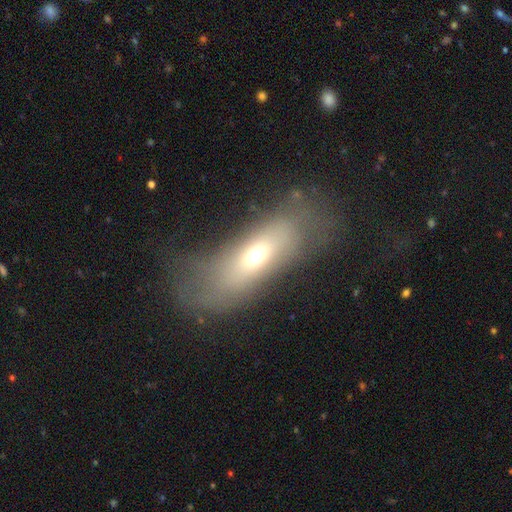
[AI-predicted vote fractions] A smooth galaxy with no disk features (55%) that is in between round and cigar-shaped (62%).

Vote fractions:
- Smooth or featured? smooth: 55% / featured or disk: 34% / star or artifact: 12%
- How rounded? in between: 62% / cigar-shaped: 33% / round: 5%
- Merging? none: 58% / major disturbance: 20% / minor disturbance: 20% / merger: 2%